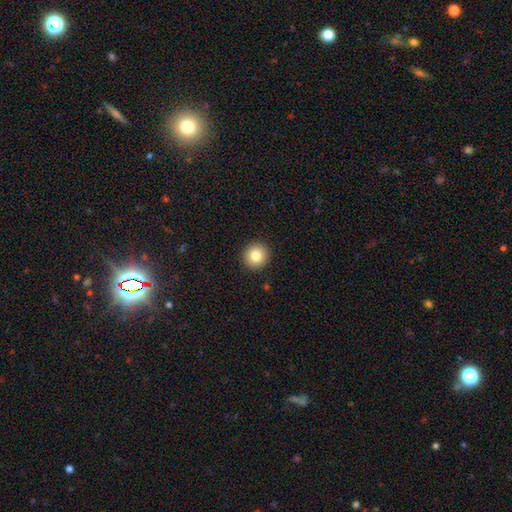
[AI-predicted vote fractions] A smooth galaxy with no disk features (82%) that is round (94%).

Vote fractions:
- Smooth or featured? smooth: 82% / star or artifact: 10% / featured or disk: 8%
- How rounded? round: 94% / in between: 5% / cigar-shaped: 1%
- Merging? none: 93% / minor disturbance: 5% / major disturbance: 2% / merger: 1%